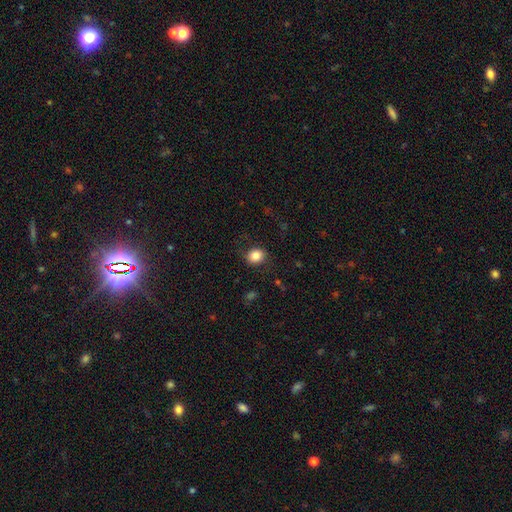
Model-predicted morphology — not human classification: Q: Smooth or featured?
A: smooth (83%); runner-up: star or artifact (10%)
Q: How rounded?
A: round (66%); runner-up: in between (33%)
Q: Merging?
A: none (82%); runner-up: minor disturbance (12%)